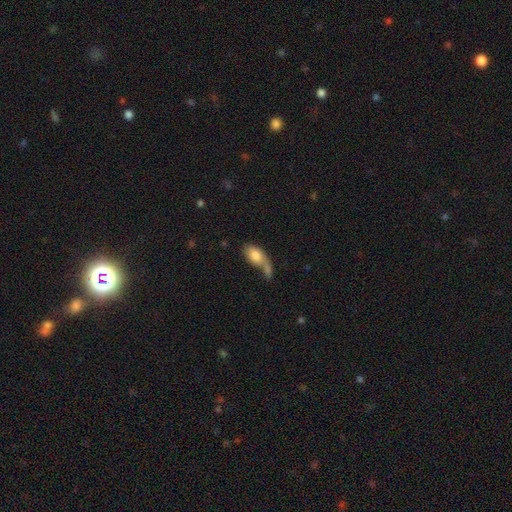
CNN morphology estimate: type=smooth (75%); roundness=in between (88%); merging=merger (37%).